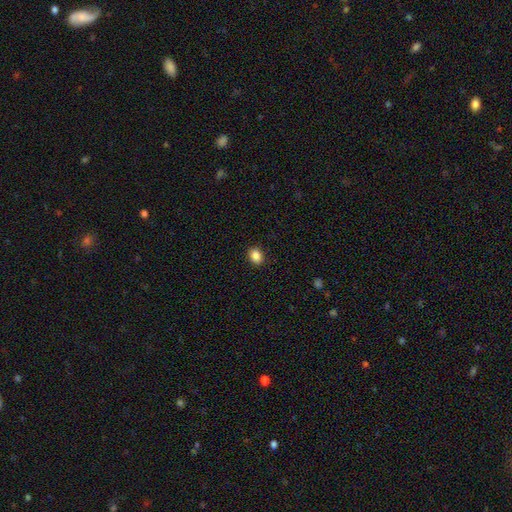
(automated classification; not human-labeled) Overall: smooth (87%). How rounded: in between (54%; round 45%). Merging: none (90%).